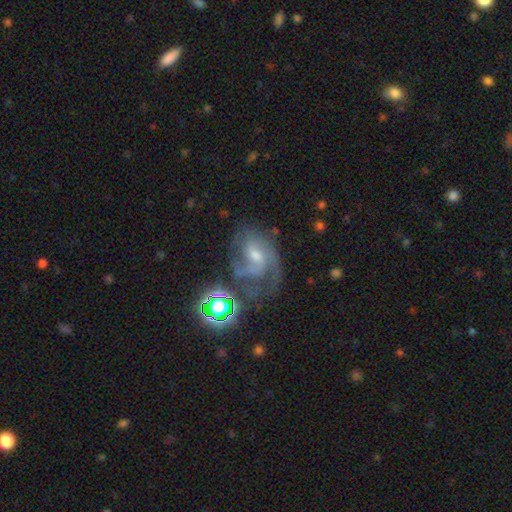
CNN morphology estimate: This appears to be a featured or disk galaxy (75%) with a weak bar (46%), 2 (39%) medium (48%) spiral arms (93%) and a small central bulge (46%). Merging: none (47%).